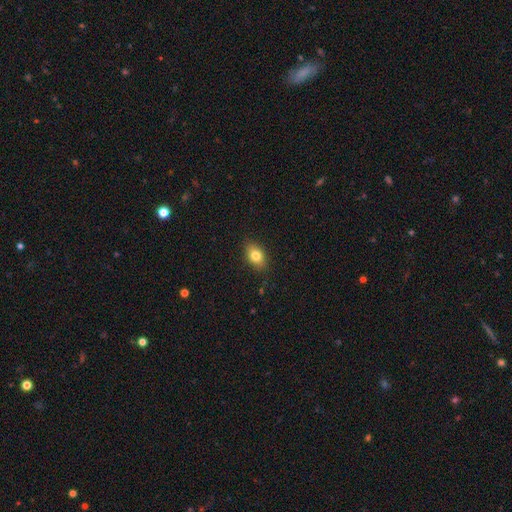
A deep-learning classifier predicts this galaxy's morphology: Smooth or featured?
  - smooth: 80% *
  - featured or disk: 11%
  - star or artifact: 9%
How rounded?
  - in between: 80% *
  - round: 17%
  - cigar-shaped: 3%
Merging?
  - none: 86% *
  - minor disturbance: 11%
  - major disturbance: 2%
  - merger: 1%